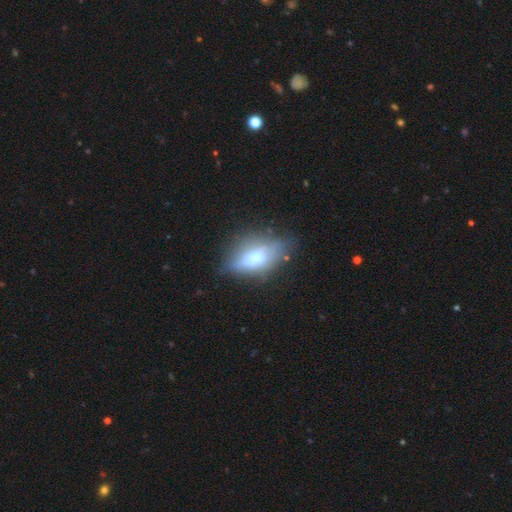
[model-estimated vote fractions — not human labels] Smooth or featured? smooth (49%)
Merging? none (69%)